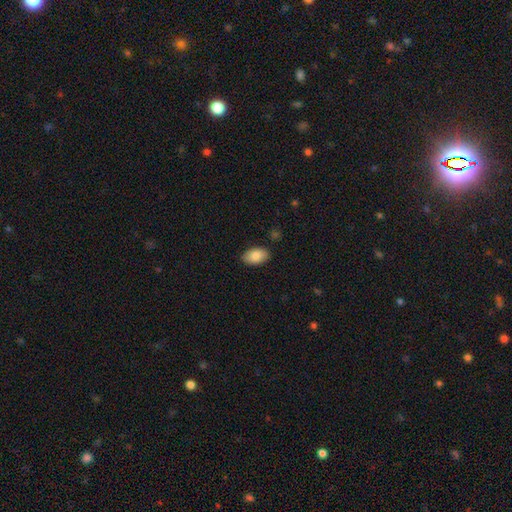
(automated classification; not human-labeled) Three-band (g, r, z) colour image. It shows a smooth galaxy with no disk features (88%) that is in between round and cigar-shaped (93%). Merging: none (87%).